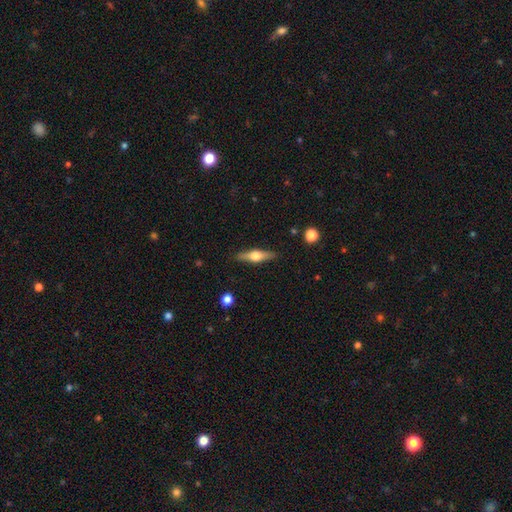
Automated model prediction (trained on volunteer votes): This is likely a featured or disk galaxy (63%). It is clearly viewed edge-on (96%). Edge-on bulge: clearly rounded (94%). Merging: clearly none (88%).